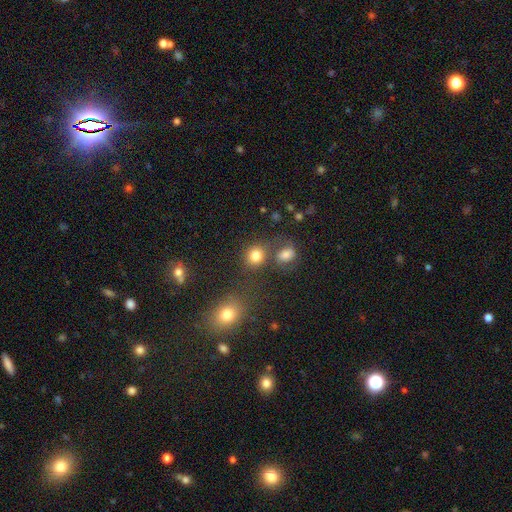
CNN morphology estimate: This appears to be a smooth galaxy with no disk features (79%) that is round (75%). Merging: none (64%).